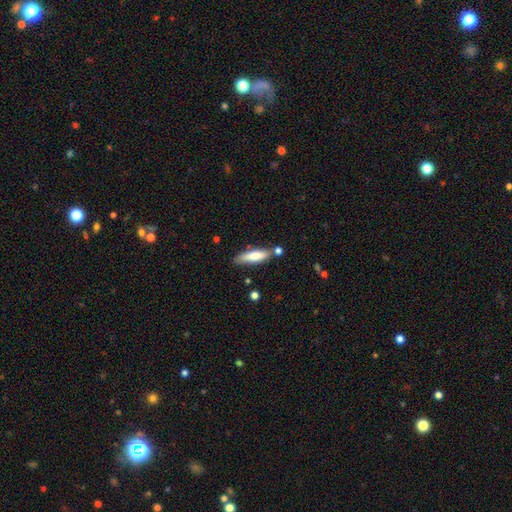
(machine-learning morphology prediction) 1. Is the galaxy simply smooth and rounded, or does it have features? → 72% smooth, 22% featured or disk, 6% star or artifact.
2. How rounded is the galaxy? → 66% cigar-shaped, 33% in between, 2% round.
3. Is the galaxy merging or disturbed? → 70% none, 16% minor disturbance, 10% merger, 4% major disturbance.